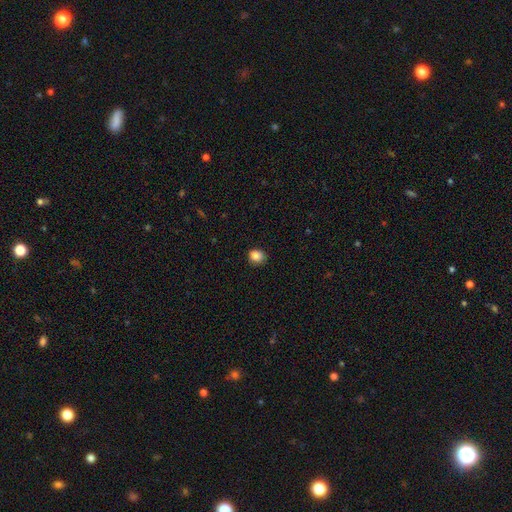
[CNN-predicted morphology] Smooth or featured: smooth — 86% (star or artifact — 10%)
How rounded: round — 72% (in between — 27%)
Merging: none — 83% (minor disturbance — 14%)